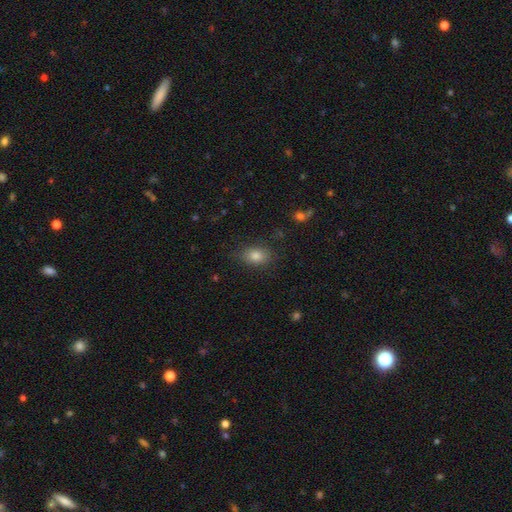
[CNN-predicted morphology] Smooth or featured? smooth (81%)
How rounded? in between (74%)
Merging? none (83%)